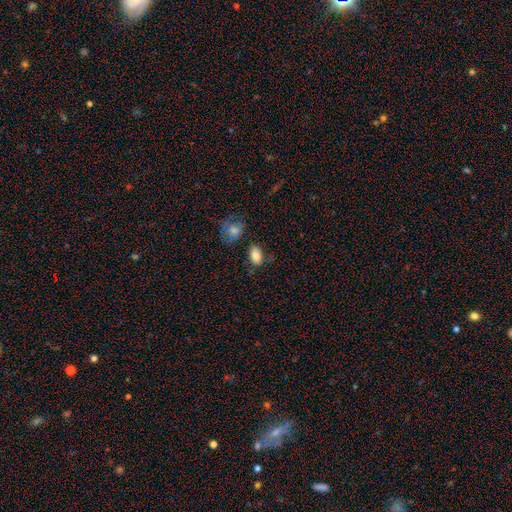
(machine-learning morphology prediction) A smooth galaxy with no disk features (85%) that is in between round and cigar-shaped (86%). Merging: none (69%).